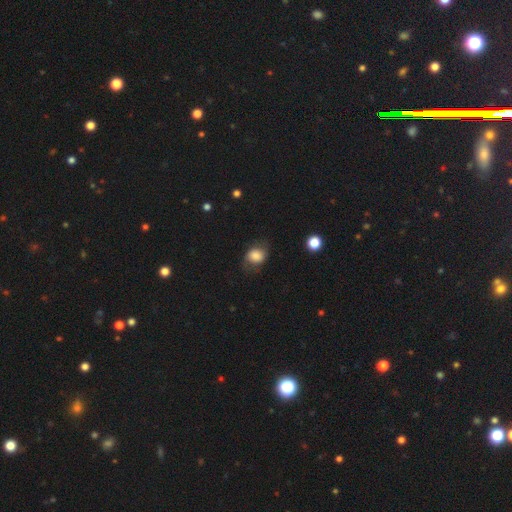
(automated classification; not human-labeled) A smooth galaxy with no disk features (71%) that is round (51%). Merging: none (63%).